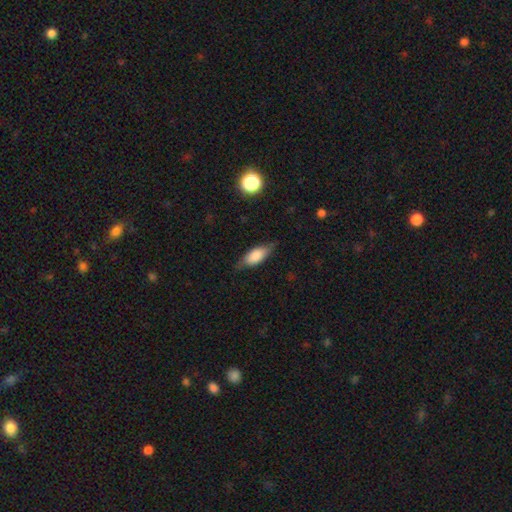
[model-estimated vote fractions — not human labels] A smooth galaxy with no disk features (74%) that is in between round and cigar-shaped (76%). Merging: none (73%).